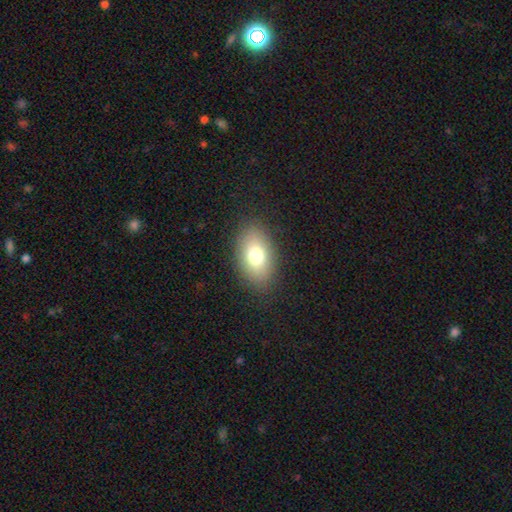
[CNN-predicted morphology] Smooth or featured? smooth (76%)
How rounded? in between (87%)
Merging? none (85%)